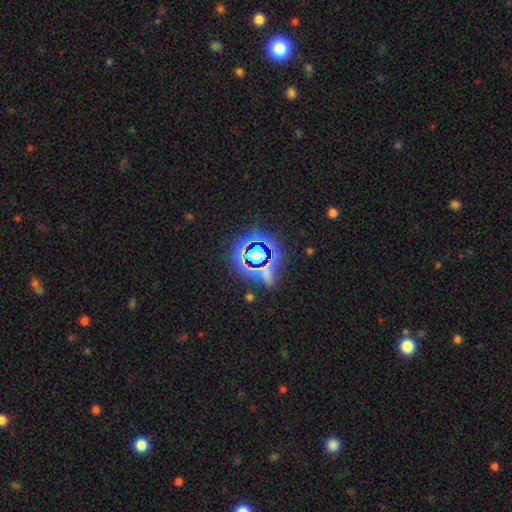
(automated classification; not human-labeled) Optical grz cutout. It shows a star or artifact, not a galaxy (64%).